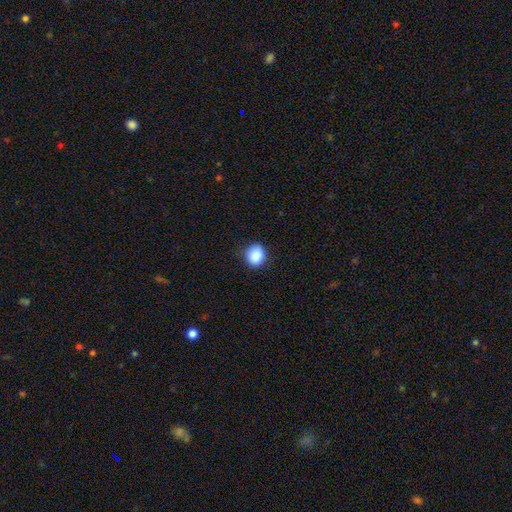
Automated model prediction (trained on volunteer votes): A smooth galaxy with no disk features (89%) that is round (79%). Merging: none (86%).